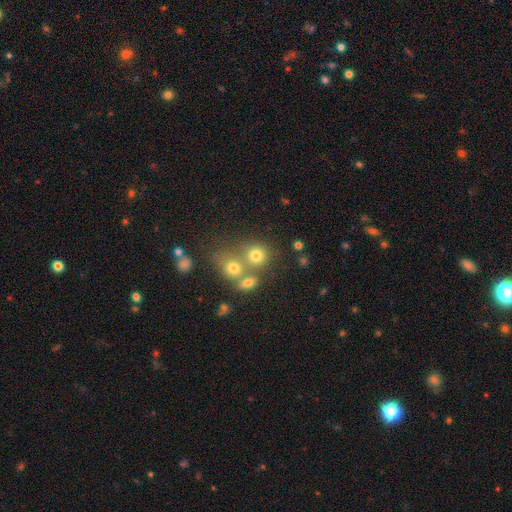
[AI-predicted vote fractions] Smooth or featured?
  - smooth: 73% *
  - star or artifact: 15%
  - featured or disk: 11%
How rounded?
  - round: 79% *
  - in between: 20%
  - cigar-shaped: 1%
Merging?
  - none: 49% *
  - merger: 37%
  - minor disturbance: 9%
  - major disturbance: 5%